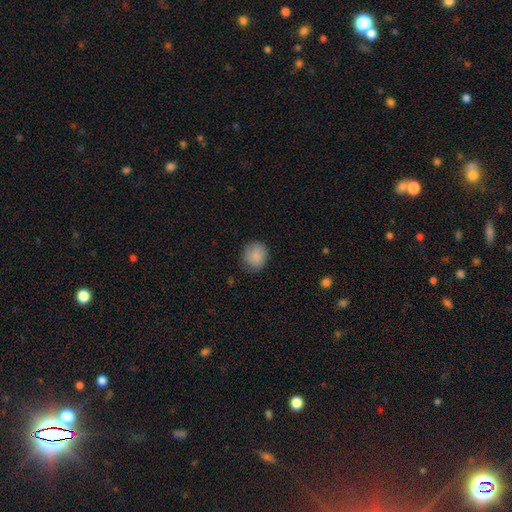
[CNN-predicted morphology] The model was most divided on "how rounded": round: 76%, in between: 23%, cigar-shaped: 1%. More confident: smooth or featured — smooth (87%); merging — none (81%).